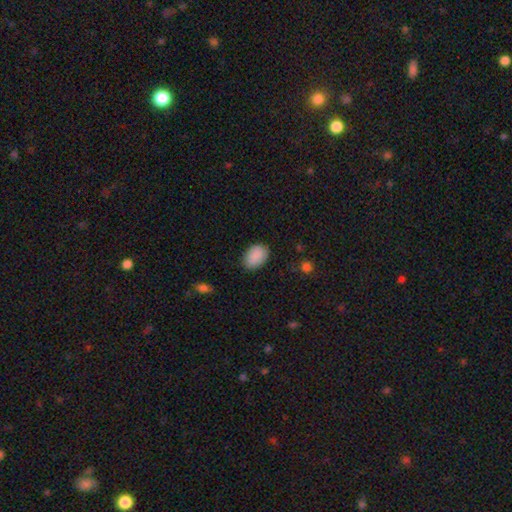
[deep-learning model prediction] Smooth or featured? Predicted: smooth (p=0.90). How rounded? Predicted: in between (p=0.83). Merging? Predicted: none (p=0.83).